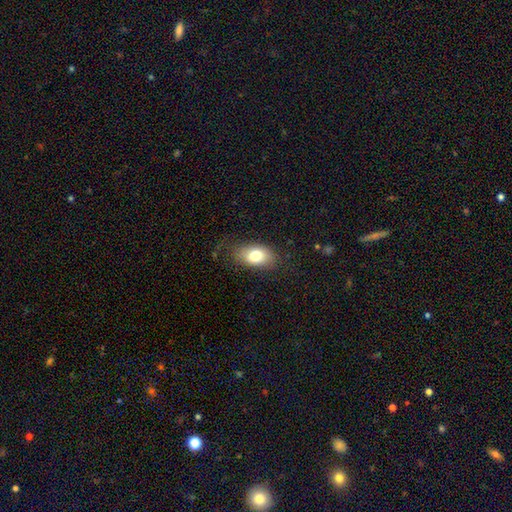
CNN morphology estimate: smooth_or_featured: smooth (p=0.78) [alt: featured or disk p=0.14]
how_rounded: in between (p=0.88) [alt: round p=0.10]
merging: none (p=0.75) [alt: minor disturbance p=0.18]